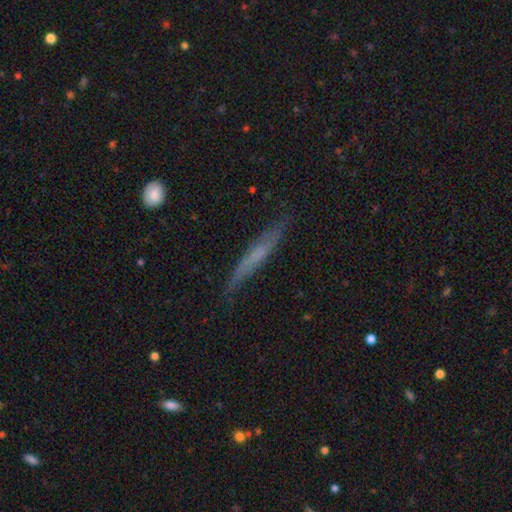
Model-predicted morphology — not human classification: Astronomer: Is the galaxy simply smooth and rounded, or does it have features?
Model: featured or disk — 52% (runner-up: smooth, 39%).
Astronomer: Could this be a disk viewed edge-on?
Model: yes — 85%.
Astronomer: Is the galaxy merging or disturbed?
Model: none — 75%.